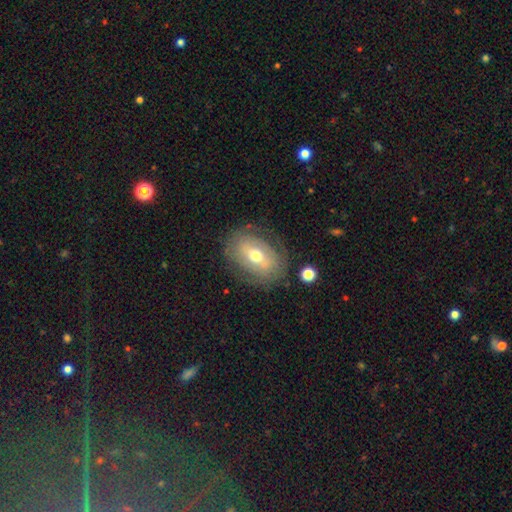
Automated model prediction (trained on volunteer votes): A featured or disk galaxy (50%).

Vote fractions:
- Smooth or featured? featured or disk: 50% / smooth: 42% / star or artifact: 8%
- Merging? none: 74% / minor disturbance: 17% / major disturbance: 7% / merger: 2%